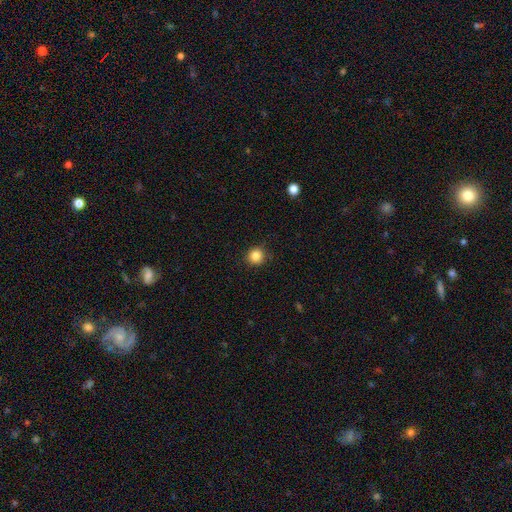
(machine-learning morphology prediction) Q: Smooth or featured?
A: smooth (85%); runner-up: star or artifact (11%)
Q: How rounded?
A: round (92%); runner-up: in between (7%)
Q: Merging?
A: none (89%); runner-up: minor disturbance (8%)